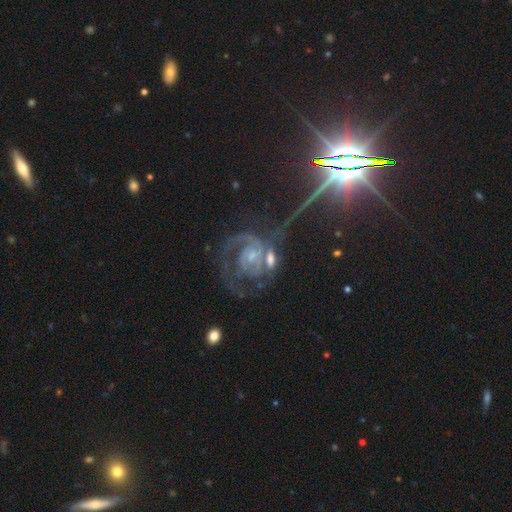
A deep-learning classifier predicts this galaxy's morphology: featured or disk 81%, star or artifact 14%, smooth 5%. Down the decision tree: edge-on disk — no (96%); bar — no (57%); spiral arms — yes (97%); spiral arm count — 2 (58%); spiral winding — tight (53%); bulge size — small (67%); merging — none (54%).